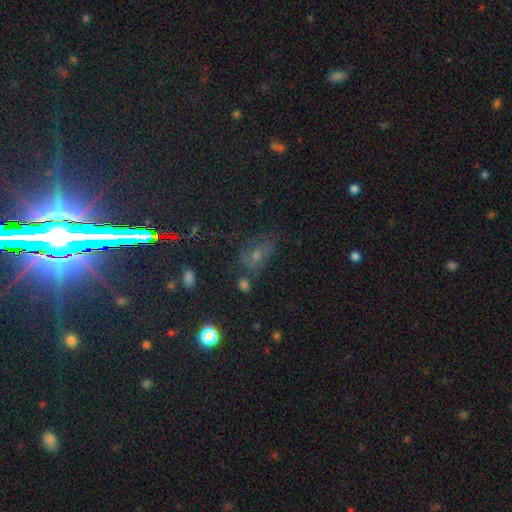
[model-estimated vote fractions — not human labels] The model was most divided on "smooth or featured": star or artifact: 44%, smooth: 38%, featured or disk: 18%.